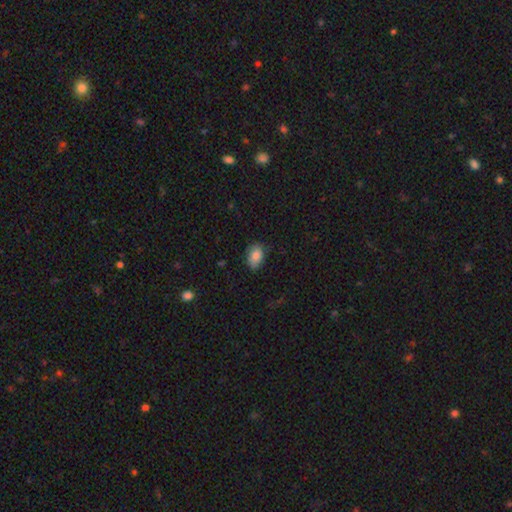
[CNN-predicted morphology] This appears to be a smooth galaxy with no disk features (86%) that is in between round and cigar-shaped (87%). Merging: none (72%).